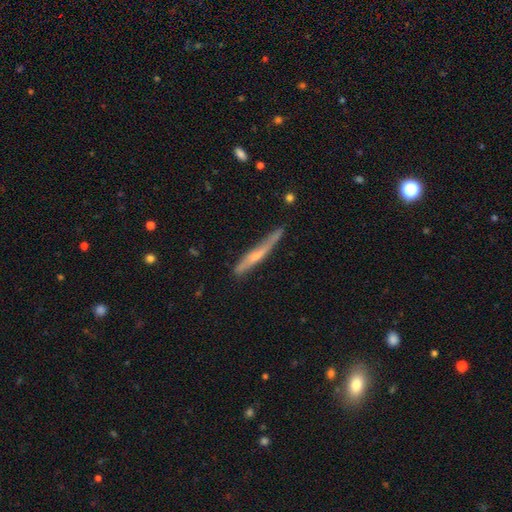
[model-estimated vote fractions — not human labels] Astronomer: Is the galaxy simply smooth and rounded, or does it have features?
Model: featured or disk — 59% (runner-up: smooth, 34%).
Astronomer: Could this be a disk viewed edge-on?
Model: yes — 92%.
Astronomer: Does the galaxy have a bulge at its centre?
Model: rounded — 58% (runner-up: none, 36%).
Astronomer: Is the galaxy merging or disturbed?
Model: none — 70%.